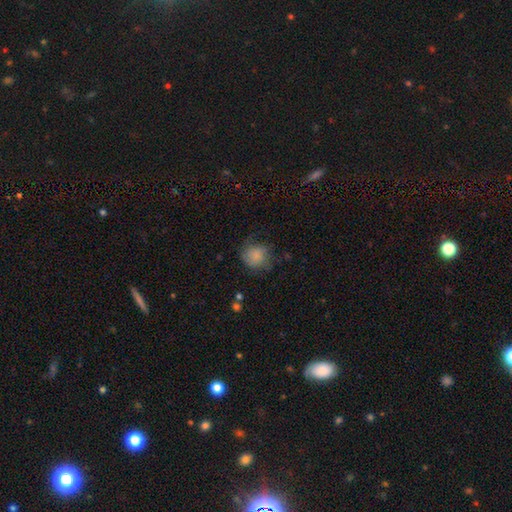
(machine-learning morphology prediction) Smooth or featured: smooth — 70% (featured or disk — 22%)
How rounded: round — 80% (in between — 19%)
Merging: none — 56% (minor disturbance — 26%)